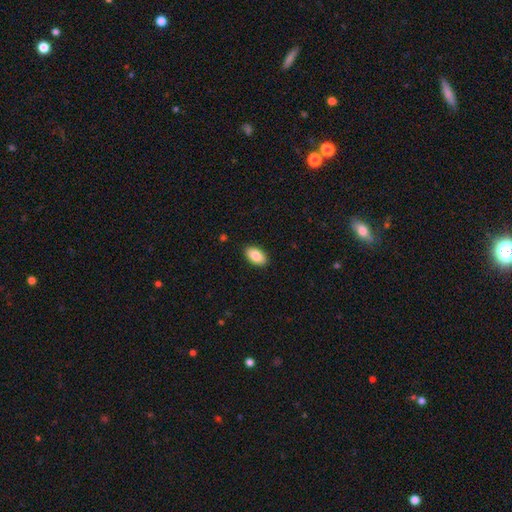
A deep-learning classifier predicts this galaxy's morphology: This is clearly a smooth galaxy (87%). How rounded: clearly in between (94%). Merging: clearly none (90%).